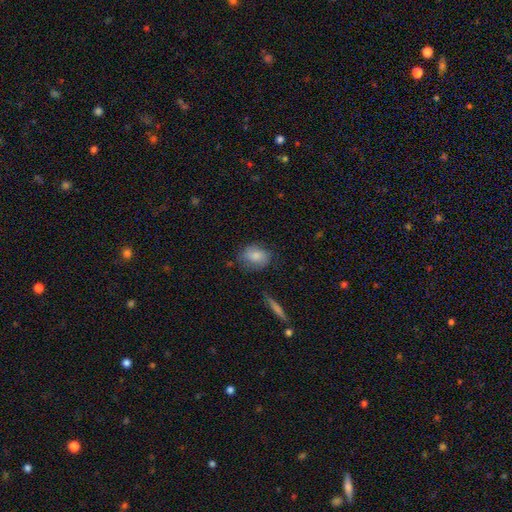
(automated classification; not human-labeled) smooth_or_featured: smooth (p=0.80) [alt: featured or disk p=0.12]
how_rounded: in between (p=0.58) [alt: round p=0.40]
merging: none (p=0.70) [alt: minor disturbance p=0.22]